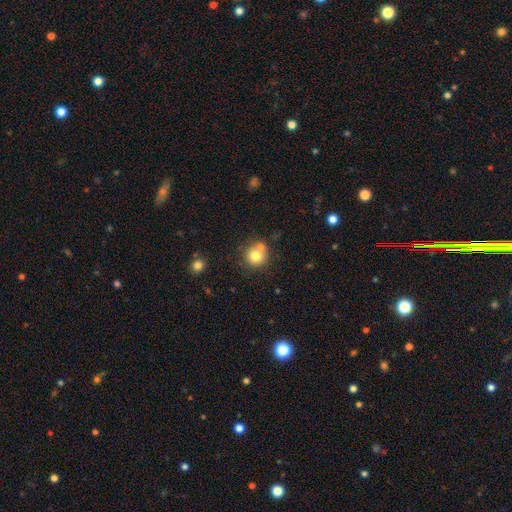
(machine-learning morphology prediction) type=smooth (78%); roundness=round (90%); merging=none (59%).